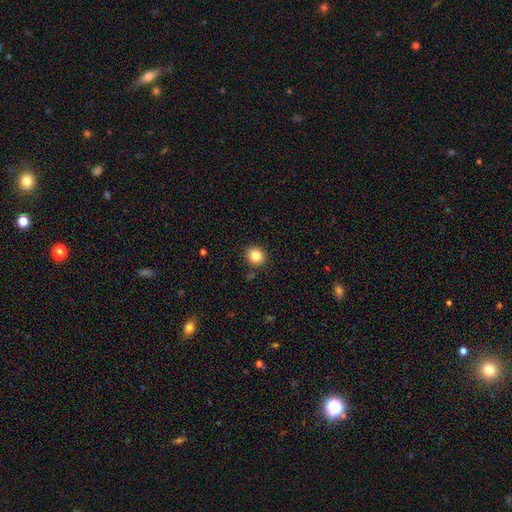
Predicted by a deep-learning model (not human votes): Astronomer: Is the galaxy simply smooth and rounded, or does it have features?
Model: smooth — 83%.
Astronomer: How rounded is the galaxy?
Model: round — 81%.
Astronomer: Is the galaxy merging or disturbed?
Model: none — 89%.